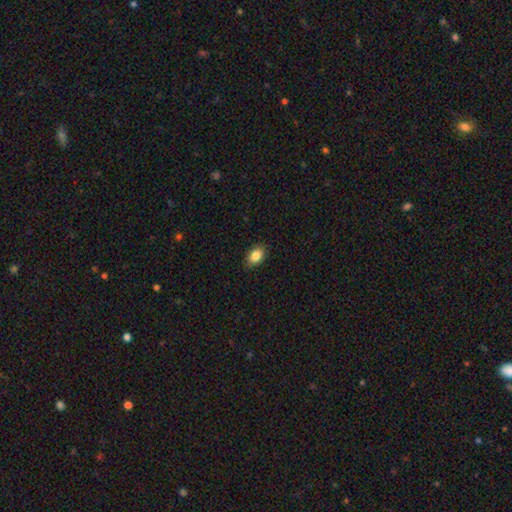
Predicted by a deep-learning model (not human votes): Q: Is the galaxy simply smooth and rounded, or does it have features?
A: smooth — 85%.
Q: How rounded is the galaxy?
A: in between — 79%.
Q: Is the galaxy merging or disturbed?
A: none — 88%.